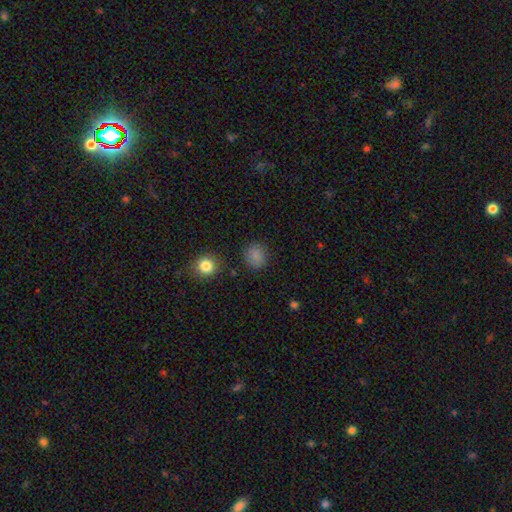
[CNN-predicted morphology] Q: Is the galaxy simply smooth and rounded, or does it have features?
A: smooth — 84%.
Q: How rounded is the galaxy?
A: round — 86%.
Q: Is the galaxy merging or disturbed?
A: none — 86%.